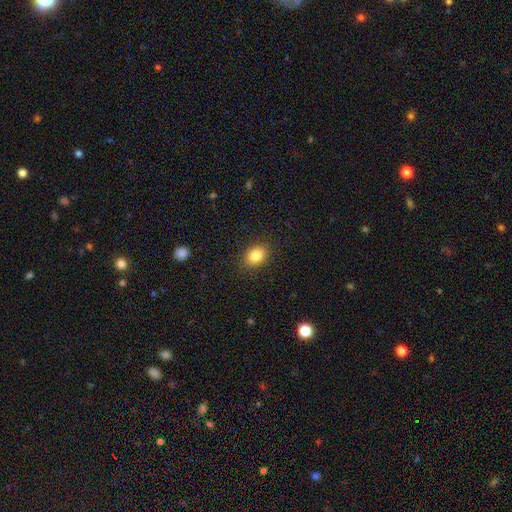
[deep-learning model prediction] Smooth or featured?
  - smooth: 83% *
  - star or artifact: 10%
  - featured or disk: 7%
How rounded?
  - in between: 69% *
  - round: 30%
  - cigar-shaped: 1%
Merging?
  - none: 87% *
  - minor disturbance: 9%
  - major disturbance: 3%
  - merger: 1%